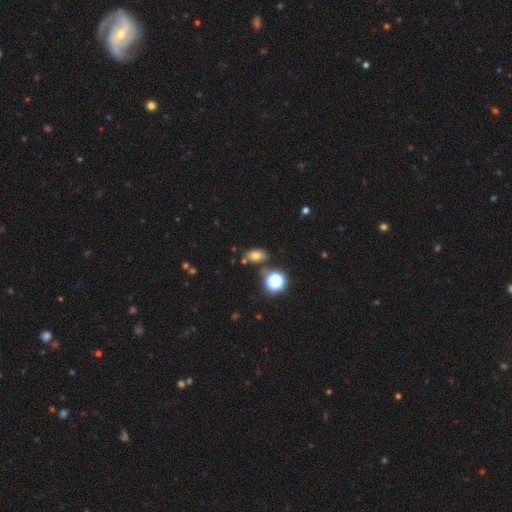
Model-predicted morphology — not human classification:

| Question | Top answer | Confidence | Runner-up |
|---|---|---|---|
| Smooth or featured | smooth | 70% | star or artifact (19%) |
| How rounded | in between | 82% | round (16%) |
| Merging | none | 76% | minor disturbance (13%) |